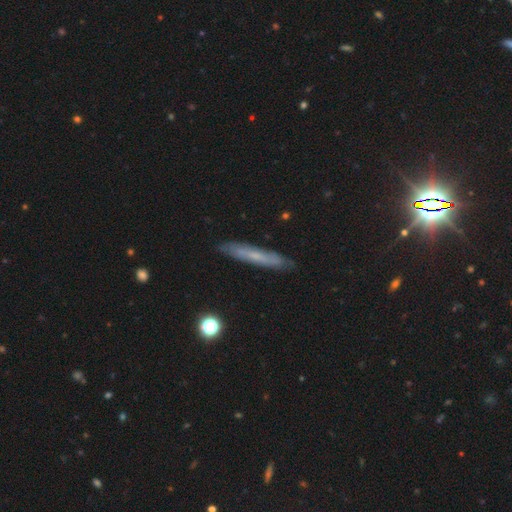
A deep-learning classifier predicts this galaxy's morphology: type=smooth (46%); merging=none (87%).